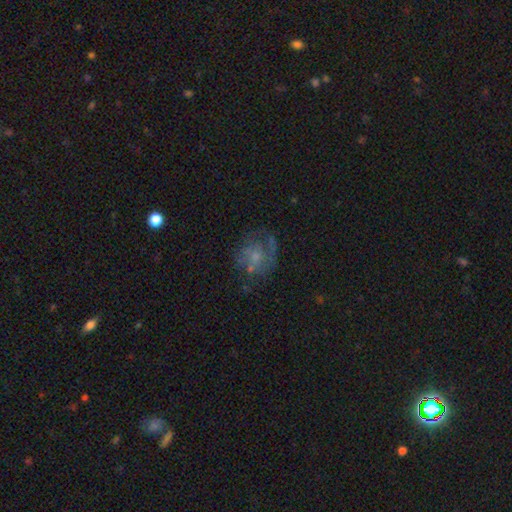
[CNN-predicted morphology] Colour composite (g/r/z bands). It shows a featured or disk galaxy (52%) with no bar (81%), spiral arms (51%) and a small central bulge (39%). Merging: none (49%).